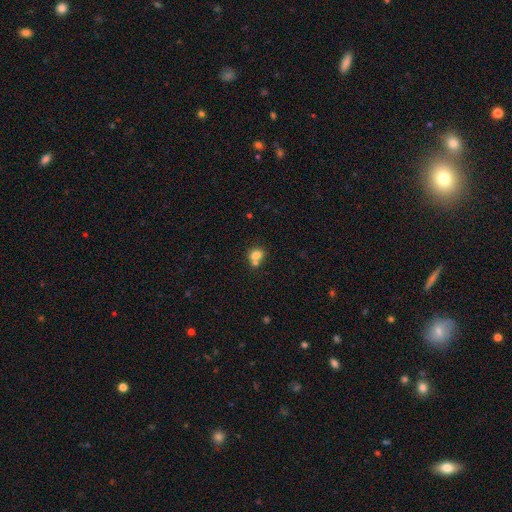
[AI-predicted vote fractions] smooth 77%, featured or disk 12%, star or artifact 11%. Down the decision tree: how rounded — round (57%); merging — merger (46%).